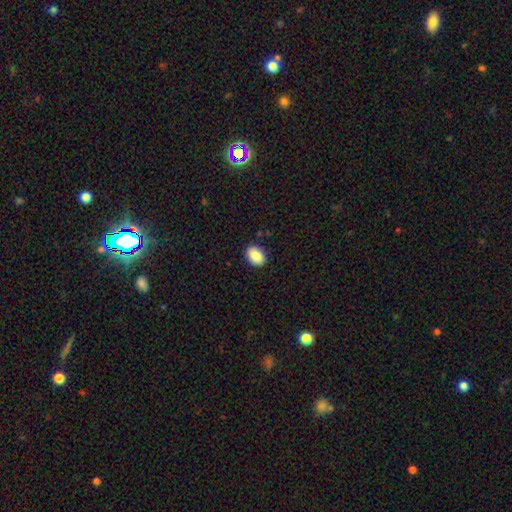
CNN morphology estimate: Smooth or featured: smooth — 89% (star or artifact — 7%)
How rounded: in between — 78% (round — 21%)
Merging: none — 88% (minor disturbance — 9%)